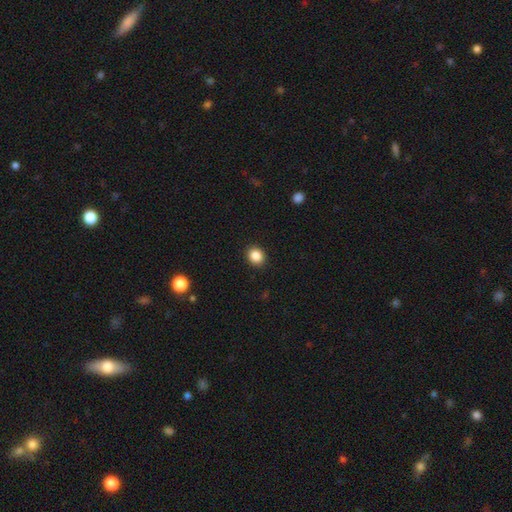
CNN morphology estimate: smooth 86%, star or artifact 10%, featured or disk 4%. Down the decision tree: how rounded — round (72%); merging — none (91%).